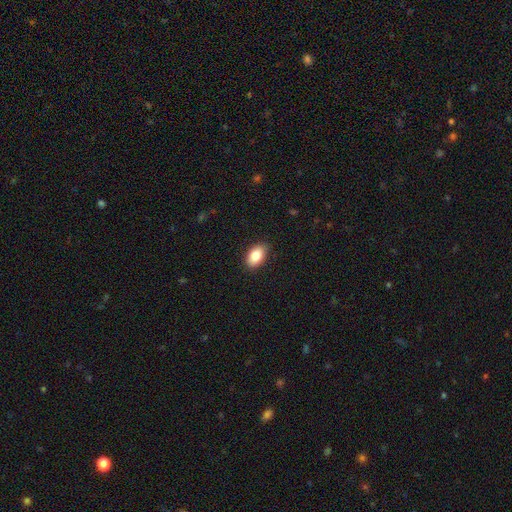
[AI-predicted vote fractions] This appears to be a smooth galaxy with no disk features (85%) that is in between round and cigar-shaped (91%). Merging: none (86%).